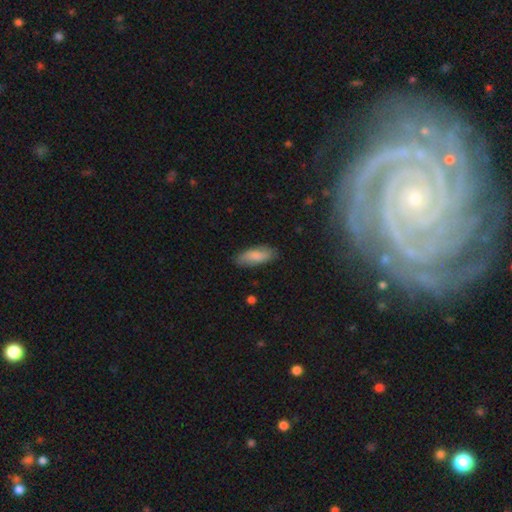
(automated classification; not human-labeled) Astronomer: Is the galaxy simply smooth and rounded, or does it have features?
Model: smooth — 81%.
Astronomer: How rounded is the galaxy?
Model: in between — 75%.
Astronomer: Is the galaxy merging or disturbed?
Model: none — 82%.